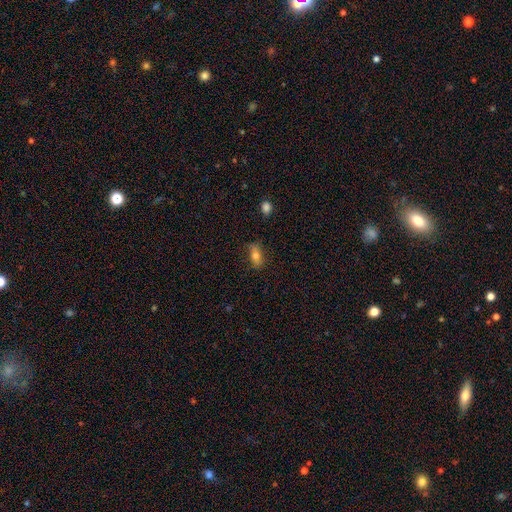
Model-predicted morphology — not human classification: Smooth or featured? smooth (71%)
How rounded? in between (78%)
Merging? none (76%)